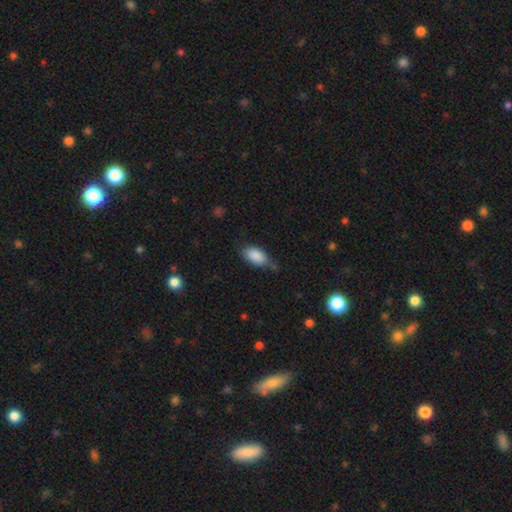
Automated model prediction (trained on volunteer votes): Smooth or featured: smooth — 88% (star or artifact — 7%)
How rounded: in between — 92% (cigar-shaped — 4%)
Merging: none — 62% (minor disturbance — 28%)